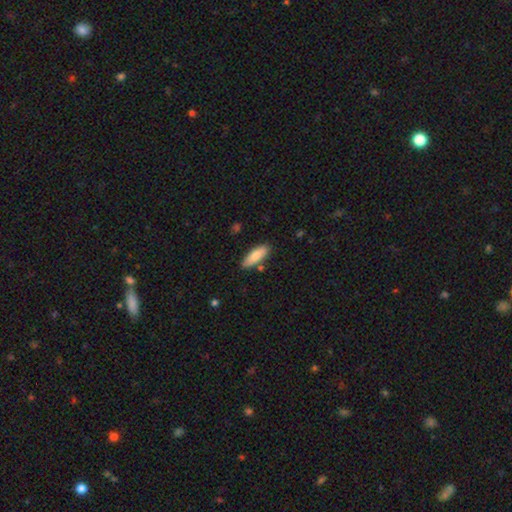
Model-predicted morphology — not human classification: smooth-or-featured: smooth: 80% | featured or disk: 14% | star or artifact: 6%
  how-rounded: in between: 63% | cigar-shaped: 36% | round: 2%
  merging: none: 82% | minor disturbance: 11% | merger: 4% | major disturbance: 2%